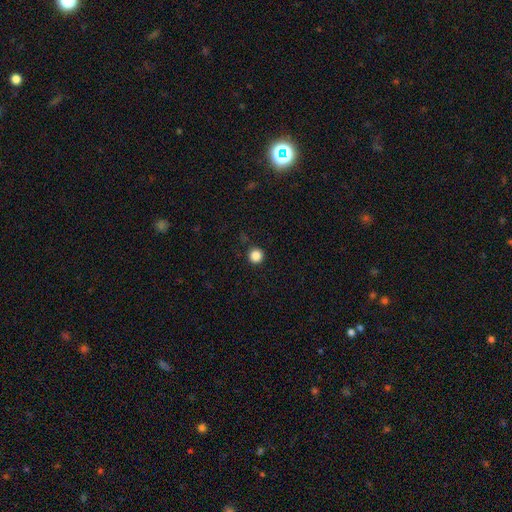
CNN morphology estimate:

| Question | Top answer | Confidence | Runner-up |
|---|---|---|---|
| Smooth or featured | smooth | 86% | star or artifact (11%) |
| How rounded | round | 96% | in between (3%) |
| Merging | none | 92% | minor disturbance (5%) |